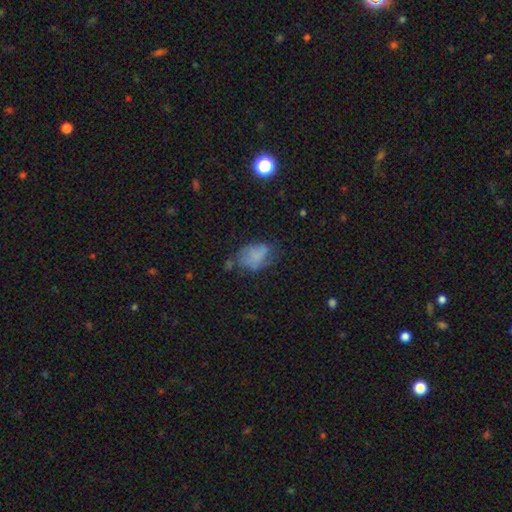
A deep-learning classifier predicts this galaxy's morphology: Overall: smooth (67%). How rounded: in between (82%). Merging: none (40%; minor disturbance 34%).